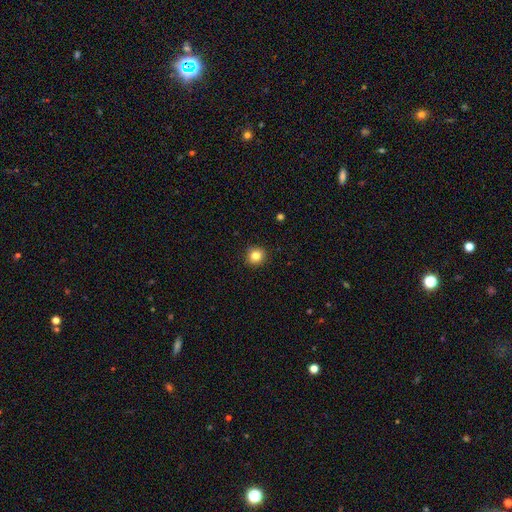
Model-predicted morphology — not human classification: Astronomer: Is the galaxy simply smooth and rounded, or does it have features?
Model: smooth — 83%.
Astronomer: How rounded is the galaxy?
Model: round — 92%.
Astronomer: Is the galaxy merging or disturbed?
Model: none — 92%.